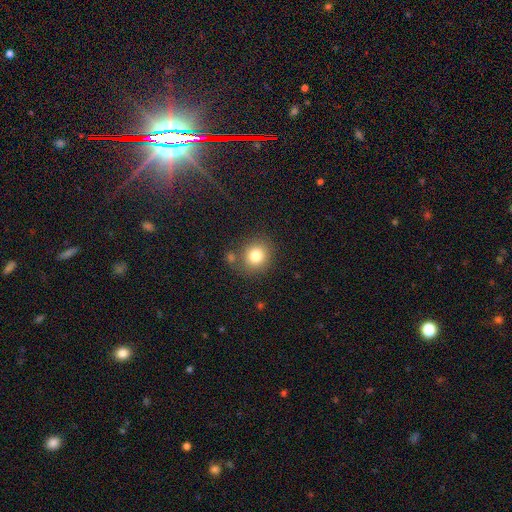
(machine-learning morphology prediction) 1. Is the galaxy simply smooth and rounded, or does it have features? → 80% smooth, 11% star or artifact, 9% featured or disk.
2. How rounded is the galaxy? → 81% round, 18% in between, 1% cigar-shaped.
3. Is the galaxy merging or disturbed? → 75% none, 12% minor disturbance, 9% merger, 4% major disturbance.